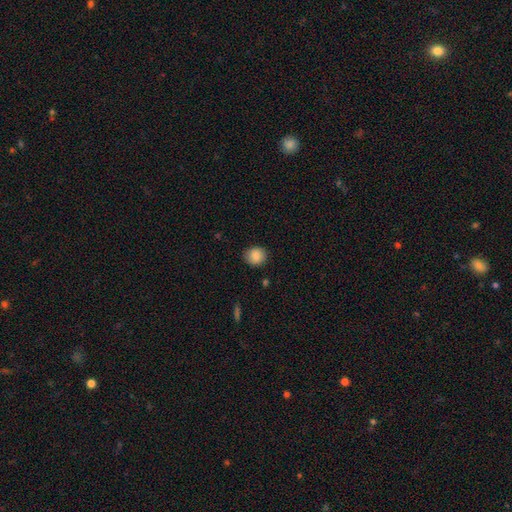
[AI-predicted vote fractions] Morphology: type=smooth (87%); roundness=round (77%); merging=none (86%).